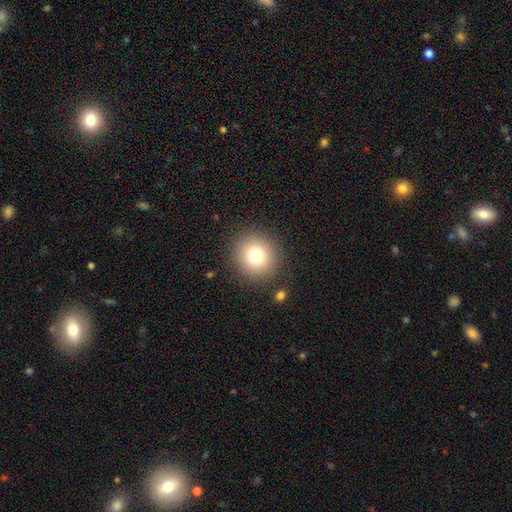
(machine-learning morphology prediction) Smooth or featured: smooth — 77% (star or artifact — 12%)
How rounded: round — 91% (in between — 8%)
Merging: none — 89% (minor disturbance — 7%)